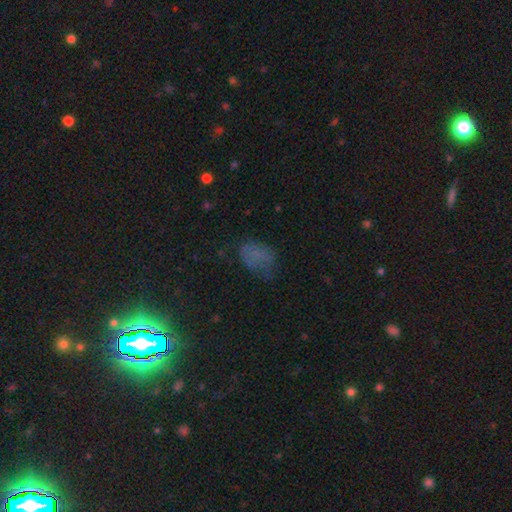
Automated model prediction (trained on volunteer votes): Overall: smooth (56%; star or artifact 24%). How rounded: in between (83%). Merging: none (45%; minor disturbance 29%).